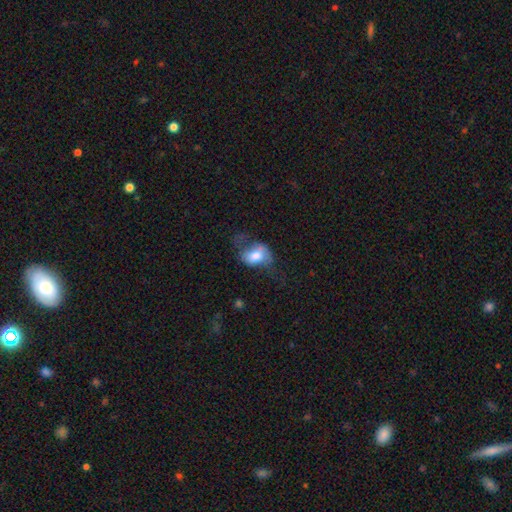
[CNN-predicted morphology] Smooth or featured?
  - smooth: 62% *
  - featured or disk: 30%
  - star or artifact: 8%
How rounded?
  - in between: 76% *
  - round: 22%
  - cigar-shaped: 2%
Merging?
  - major disturbance: 36% *
  - none: 33%
  - minor disturbance: 27%
  - merger: 4%